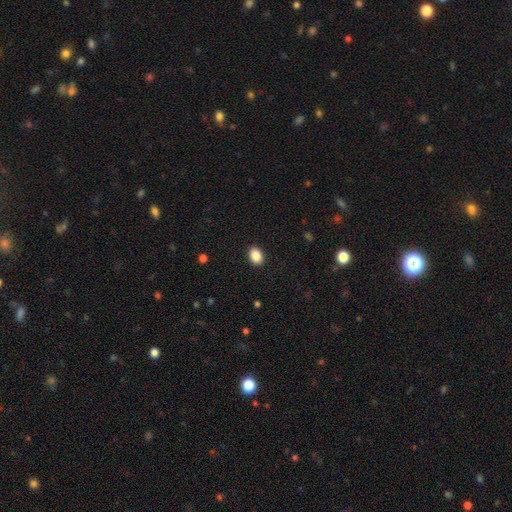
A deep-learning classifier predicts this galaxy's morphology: This appears to be a smooth galaxy with no disk features (88%) that is in between round and cigar-shaped (68%). Merging: none (91%).